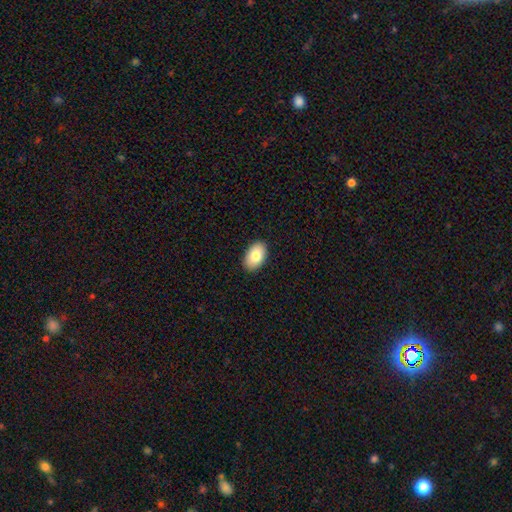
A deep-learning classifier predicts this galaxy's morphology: smooth 81%, featured or disk 12%, star or artifact 7%. Down the decision tree: how rounded — in between (92%); merging — none (90%).